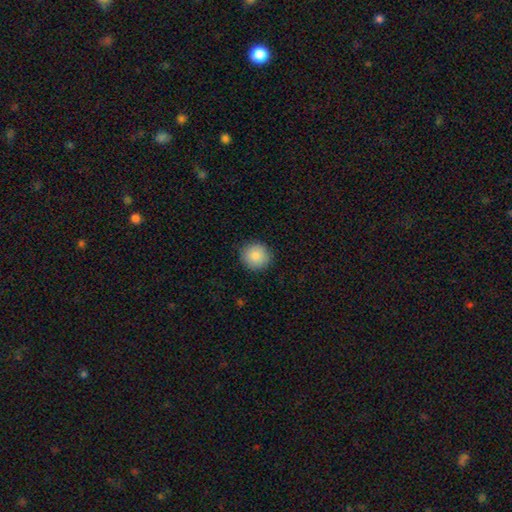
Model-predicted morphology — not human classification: smooth_or_featured: smooth (p=0.88) [alt: star or artifact p=0.08]
how_rounded: round (p=0.93) [alt: in between p=0.06]
merging: none (p=0.91) [alt: minor disturbance p=0.06]